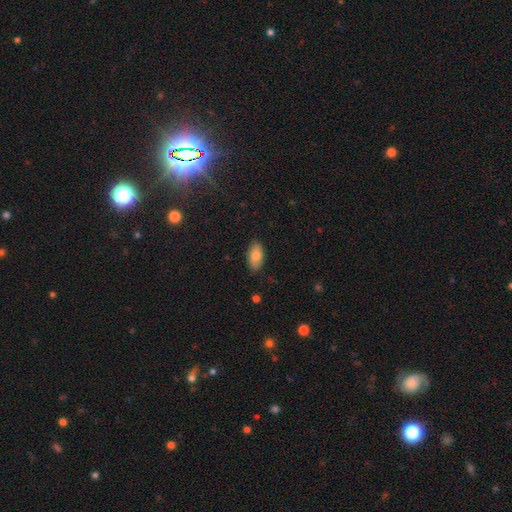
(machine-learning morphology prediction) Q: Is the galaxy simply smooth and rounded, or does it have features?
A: smooth — 81%.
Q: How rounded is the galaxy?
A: in between — 93%.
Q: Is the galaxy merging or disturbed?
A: none — 87%.